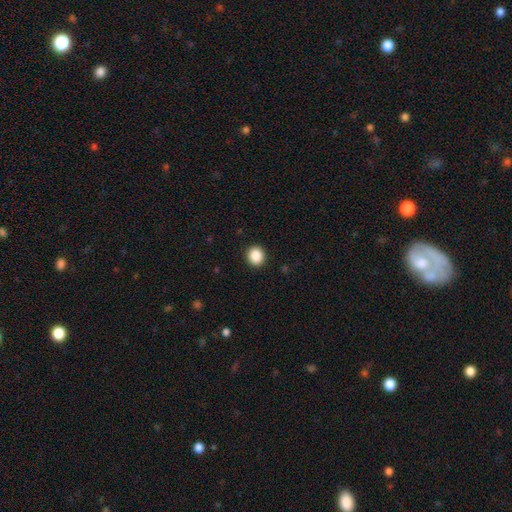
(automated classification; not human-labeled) smooth-or-featured: smooth: 88% | star or artifact: 9% | featured or disk: 3%
  how-rounded: round: 85% | in between: 14% | cigar-shaped: 1%
  merging: none: 92% | minor disturbance: 5% | major disturbance: 2% | merger: 1%